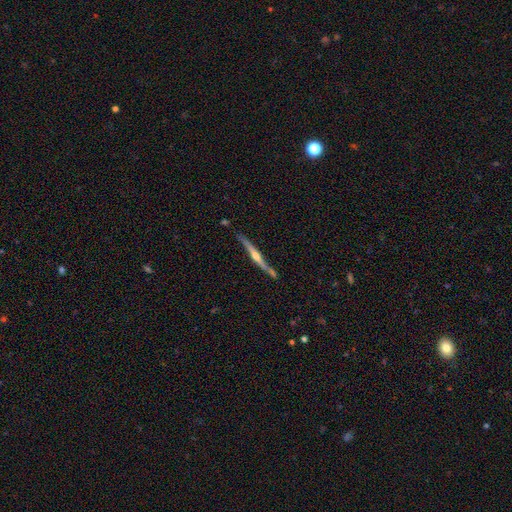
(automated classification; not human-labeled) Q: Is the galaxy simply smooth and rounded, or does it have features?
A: featured or disk — 79%.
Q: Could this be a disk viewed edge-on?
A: yes — 96%.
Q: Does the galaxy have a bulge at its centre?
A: rounded — 87%.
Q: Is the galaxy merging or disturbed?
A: none — 70%.